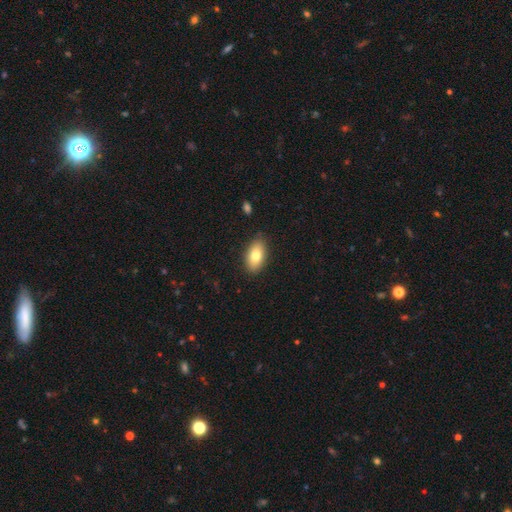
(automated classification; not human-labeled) This appears to be a smooth galaxy with no disk features (78%) that is in between round and cigar-shaped (91%). Merging: none (86%).